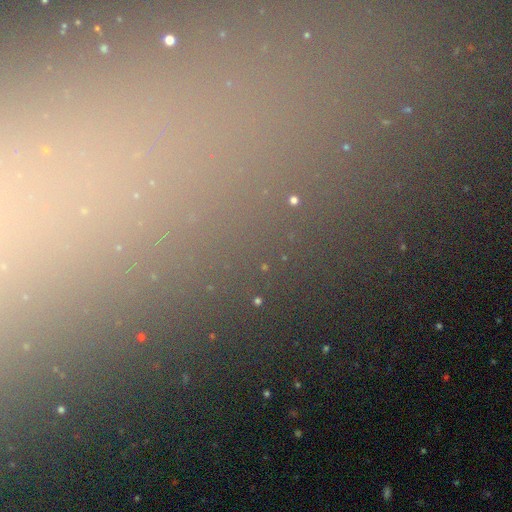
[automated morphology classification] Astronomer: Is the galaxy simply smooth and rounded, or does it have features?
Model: star or artifact — 71%.